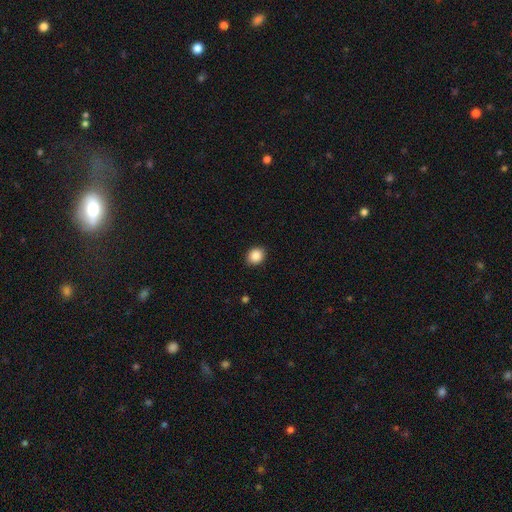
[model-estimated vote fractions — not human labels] Smooth or featured: smooth — 88% (star or artifact — 9%)
How rounded: round — 73% (in between — 26%)
Merging: none — 90% (minor disturbance — 7%)